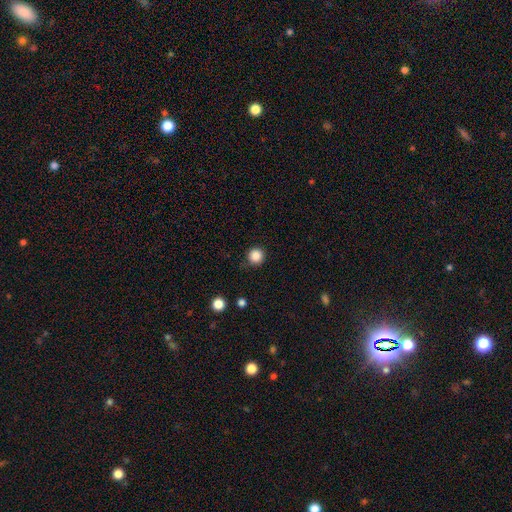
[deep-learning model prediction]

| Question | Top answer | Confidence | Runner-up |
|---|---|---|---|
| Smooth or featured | smooth | 87% | star or artifact (11%) |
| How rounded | round | 95% | in between (4%) |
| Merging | none | 87% | minor disturbance (9%) |